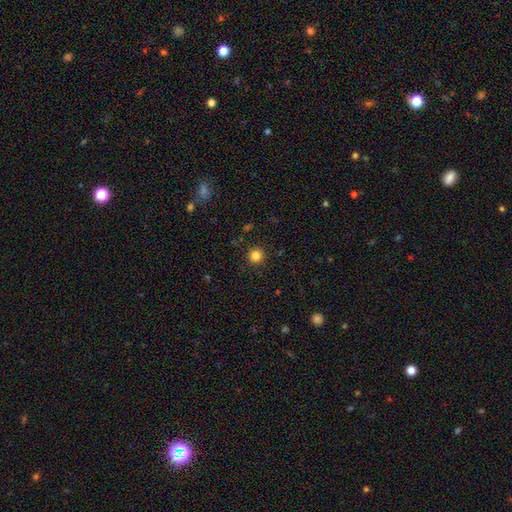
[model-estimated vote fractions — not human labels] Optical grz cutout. It shows a smooth galaxy with no disk features (83%) that is round (95%). Merging: none (92%).